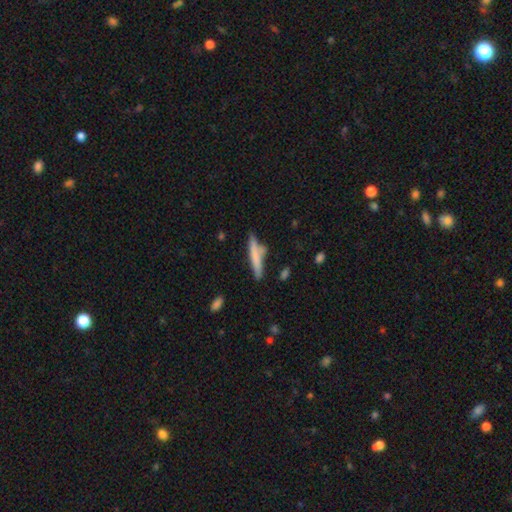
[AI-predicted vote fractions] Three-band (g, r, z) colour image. It shows a smooth galaxy with no disk features (68%) that is cigar-shaped (90%). Merging: none (67%).